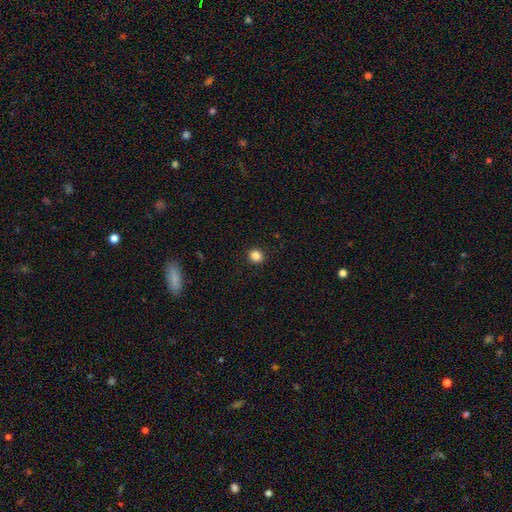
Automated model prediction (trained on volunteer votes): smooth_or_featured: smooth (p=0.85) [alt: star or artifact p=0.11]
how_rounded: round (p=0.83) [alt: in between p=0.16]
merging: none (p=0.92) [alt: minor disturbance p=0.05]